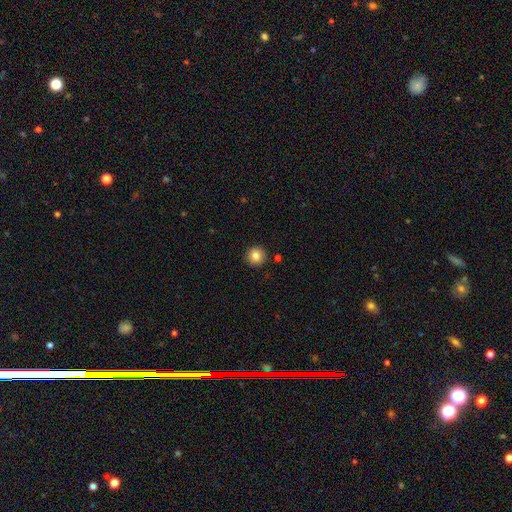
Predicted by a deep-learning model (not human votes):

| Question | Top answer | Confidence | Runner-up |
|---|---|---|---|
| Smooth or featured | smooth | 84% | star or artifact (9%) |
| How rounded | round | 95% | in between (4%) |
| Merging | none | 91% | minor disturbance (5%) |